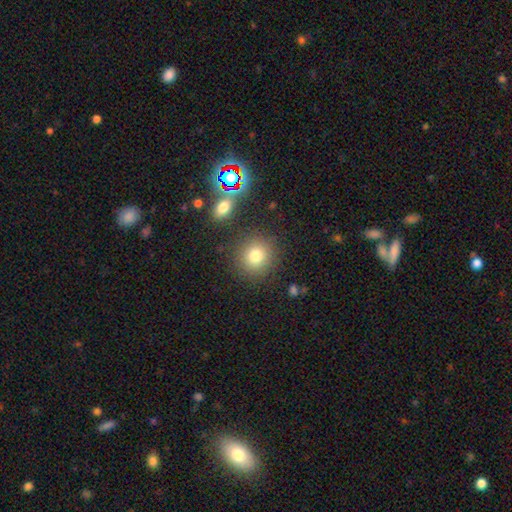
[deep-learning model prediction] Q: Smooth or featured?
A: smooth (78%); runner-up: star or artifact (14%)
Q: How rounded?
A: round (89%); runner-up: in between (10%)
Q: Merging?
A: none (85%); runner-up: minor disturbance (8%)